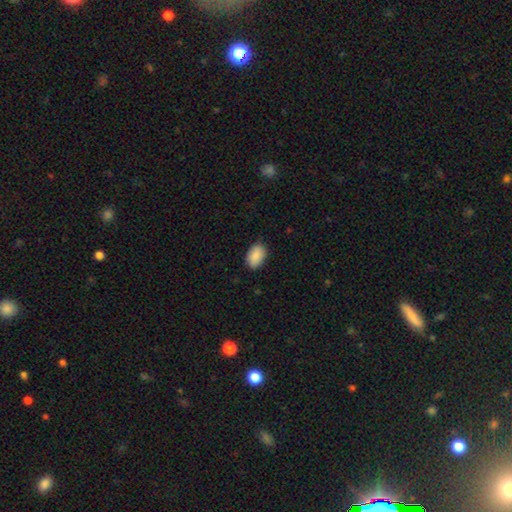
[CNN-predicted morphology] Smooth or featured?
  - smooth: 89% *
  - star or artifact: 7%
  - featured or disk: 5%
How rounded?
  - in between: 89% *
  - round: 9%
  - cigar-shaped: 1%
Merging?
  - none: 85% *
  - minor disturbance: 12%
  - major disturbance: 2%
  - merger: 1%